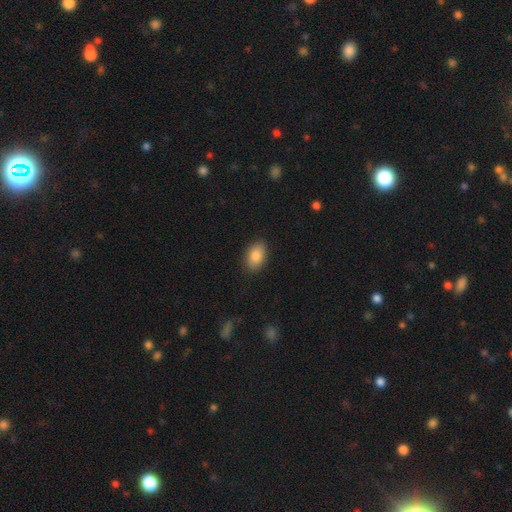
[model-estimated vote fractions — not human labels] Q: Smooth or featured?
A: smooth (86%); runner-up: star or artifact (7%)
Q: How rounded?
A: in between (91%); runner-up: round (8%)
Q: Merging?
A: none (87%); runner-up: minor disturbance (9%)